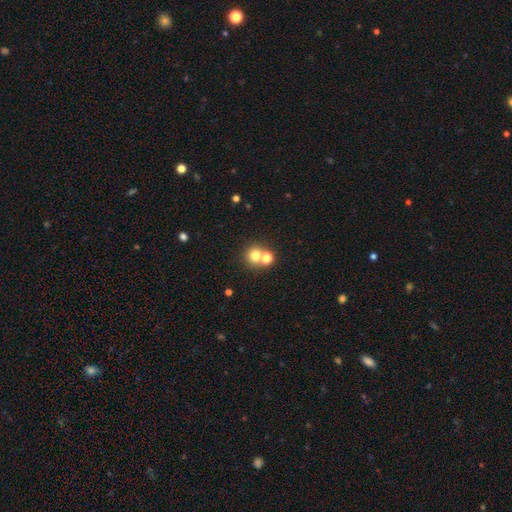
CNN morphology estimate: This appears to be a smooth galaxy with no disk features (73%) that is round (88%). Merging: none (54%).